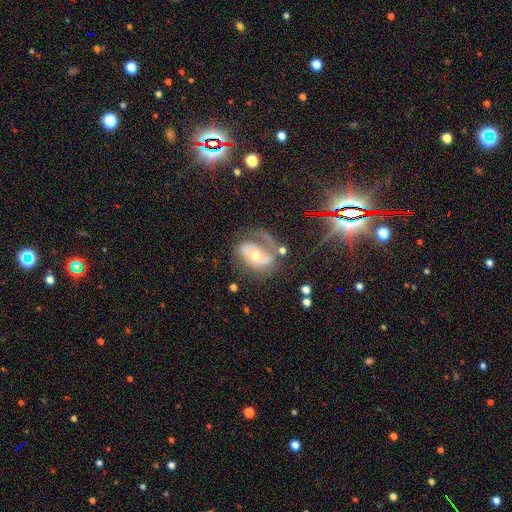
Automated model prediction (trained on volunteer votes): Smooth or featured? Predicted: featured or disk (p=0.73). Edge-on disk? Predicted: no (p=0.95). Bar? Predicted: no (p=0.47). Spiral arms? Predicted: yes (p=0.85). Spiral winding? Predicted: medium (p=0.43). Spiral arm count? Predicted: 2 (p=0.48). Bulge size? Predicted: moderate (p=0.57). Merging? Predicted: none (p=0.47).